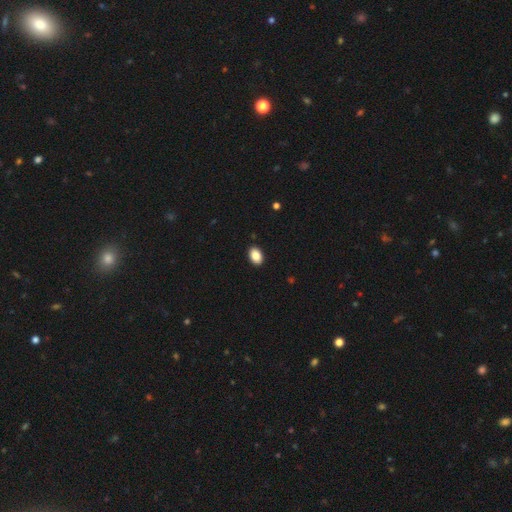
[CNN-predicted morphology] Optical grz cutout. It shows a smooth galaxy with no disk features (87%) that is in between round and cigar-shaped (84%). Merging: none (91%).